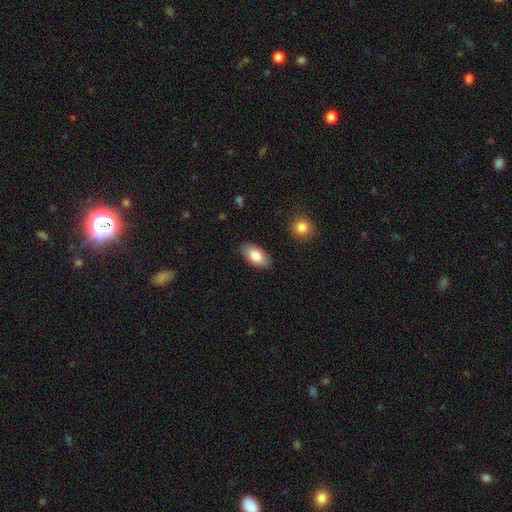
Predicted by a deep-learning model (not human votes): The model was most divided on "smooth or featured": smooth: 82%, featured or disk: 12%, star or artifact: 6%. More confident: how rounded — in between (93%); merging — none (87%).